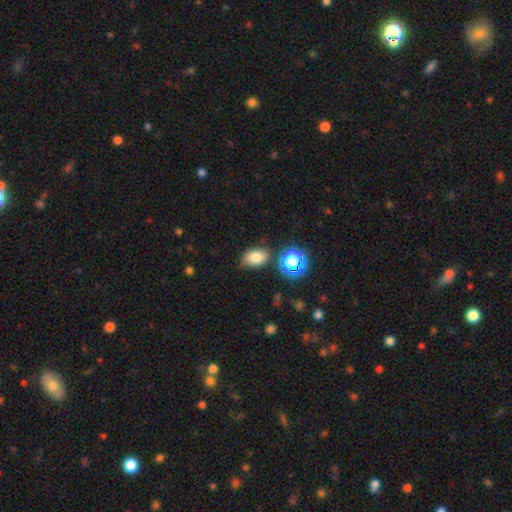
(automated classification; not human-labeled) This appears to be a smooth galaxy with no disk features (59%) that is in between round and cigar-shaped (52%). Merging: none (82%).